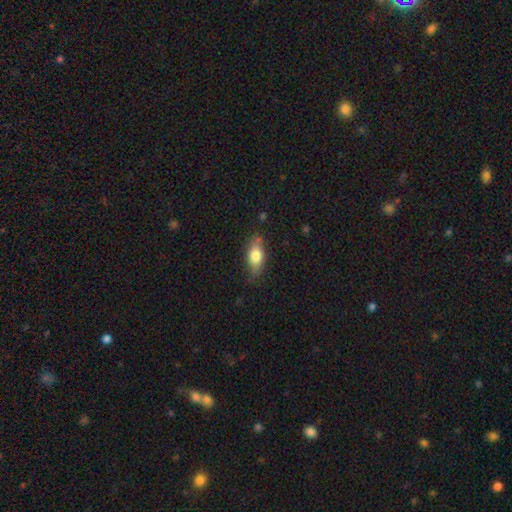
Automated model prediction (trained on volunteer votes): Smooth or featured? smooth (77%)
How rounded? in between (84%)
Merging? none (76%)